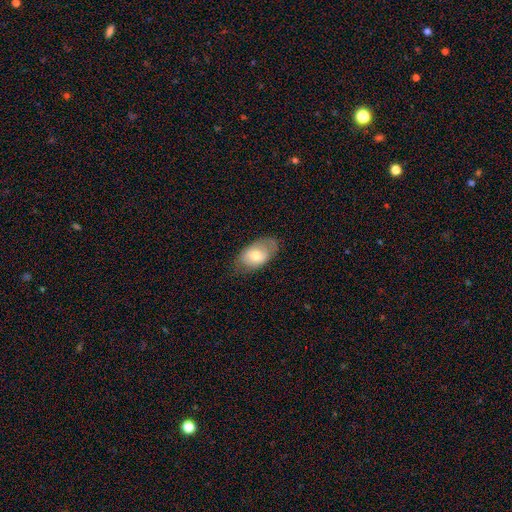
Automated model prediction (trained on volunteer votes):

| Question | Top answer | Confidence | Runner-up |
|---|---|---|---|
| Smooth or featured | smooth | 67% | featured or disk (26%) |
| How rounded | in between | 90% | round (9%) |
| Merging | none | 68% | minor disturbance (24%) |